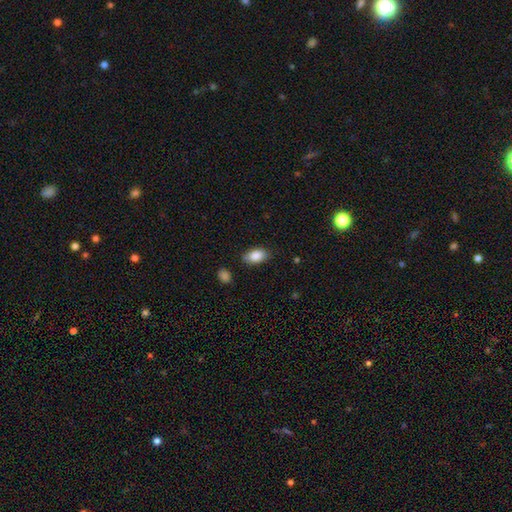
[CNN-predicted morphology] Smooth or featured? smooth (86%)
How rounded? in between (92%)
Merging? none (83%)